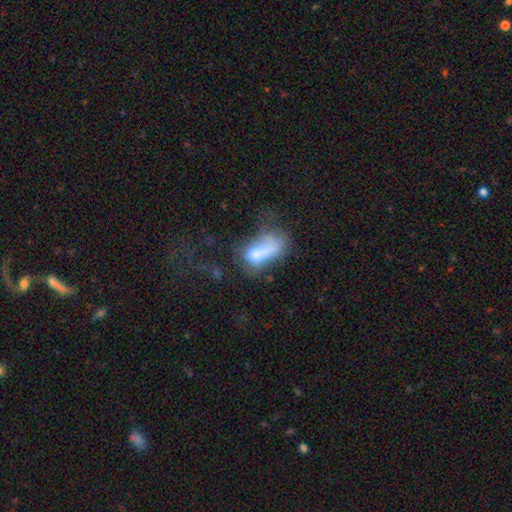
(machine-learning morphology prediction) A smooth galaxy with no disk features (61%) that is in between round and cigar-shaped (83%).

Vote fractions:
- Smooth or featured? smooth: 61% / featured or disk: 27% / star or artifact: 12%
- How rounded? in between: 83% / round: 9% / cigar-shaped: 8%
- Merging? major disturbance: 40% / merger: 24% / minor disturbance: 18% / none: 18%